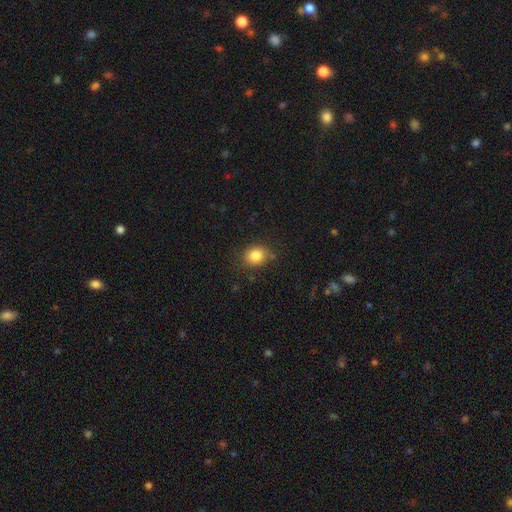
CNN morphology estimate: smooth_or_featured: smooth (p=0.83) [alt: star or artifact p=0.10]
how_rounded: round (p=0.58) [alt: in between p=0.41]
merging: none (p=0.81) [alt: minor disturbance p=0.13]